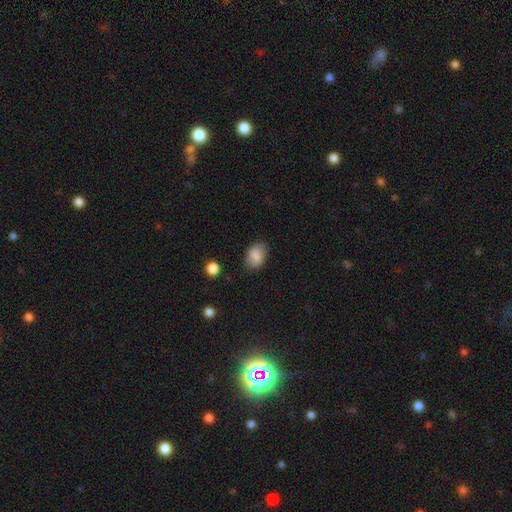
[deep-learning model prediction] Overall: smooth (86%). How rounded: in between (84%). Merging: none (82%).